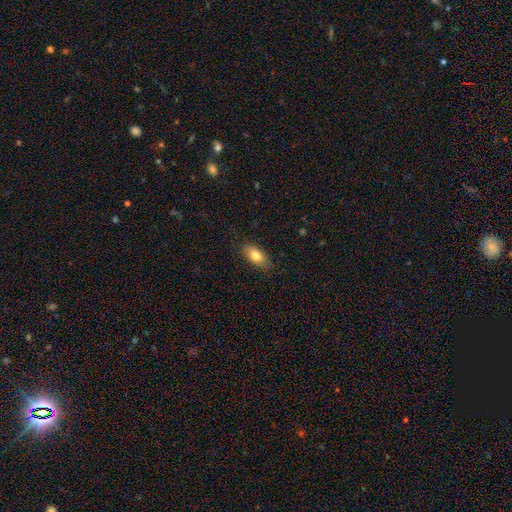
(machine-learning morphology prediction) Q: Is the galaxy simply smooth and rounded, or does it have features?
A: smooth — 76%.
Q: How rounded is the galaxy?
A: in between — 85%.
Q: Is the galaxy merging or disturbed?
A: none — 84%.